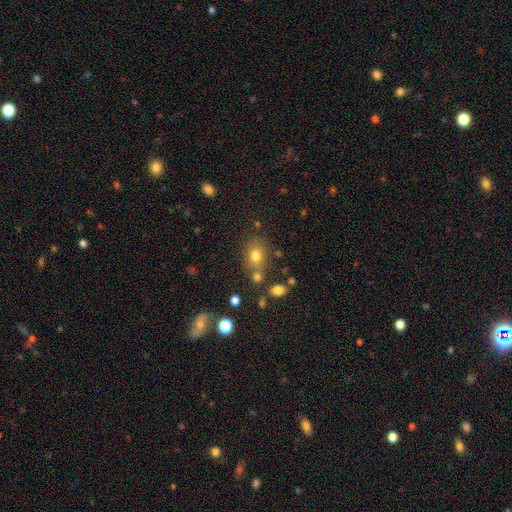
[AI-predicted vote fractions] The model was most divided on "how rounded": in between: 60%, round: 38%, cigar-shaped: 1%. More confident: smooth or featured — smooth (75%); merging — none (68%).